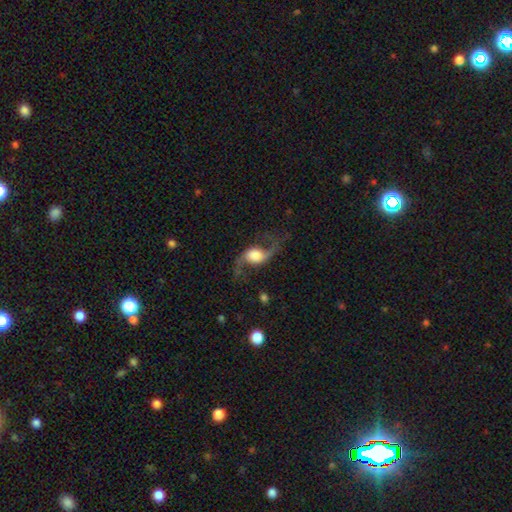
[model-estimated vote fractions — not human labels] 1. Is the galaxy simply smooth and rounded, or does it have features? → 80% featured or disk, 13% smooth, 7% star or artifact.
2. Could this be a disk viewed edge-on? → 94% no, 6% yes.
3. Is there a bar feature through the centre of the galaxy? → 59% no, 29% weak, 12% strong.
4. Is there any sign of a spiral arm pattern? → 95% yes, 5% no.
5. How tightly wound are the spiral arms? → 89% loose, 9% medium, 2% tight.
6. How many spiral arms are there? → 94% 2, 2% 1, 1% can't tell, 1% 3, 1% 4, 1% more than 4.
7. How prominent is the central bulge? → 42% large, 26% dominant, 17% moderate, 8% small, 6% none.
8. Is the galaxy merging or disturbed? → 67% none, 15% minor disturbance, 15% major disturbance, 3% merger.